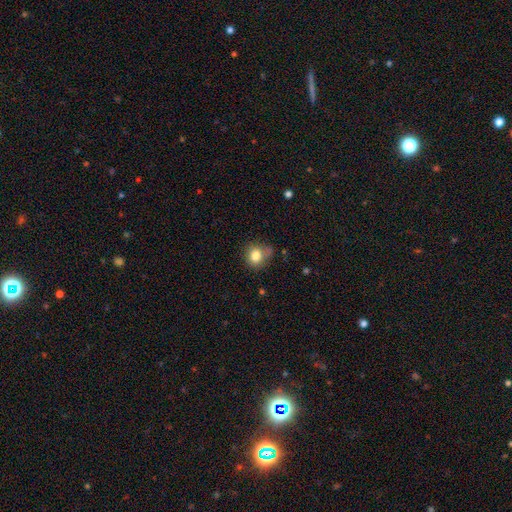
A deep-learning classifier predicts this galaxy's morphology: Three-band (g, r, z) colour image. It shows a smooth galaxy with no disk features (82%) that is round (77%). Merging: none (61%).